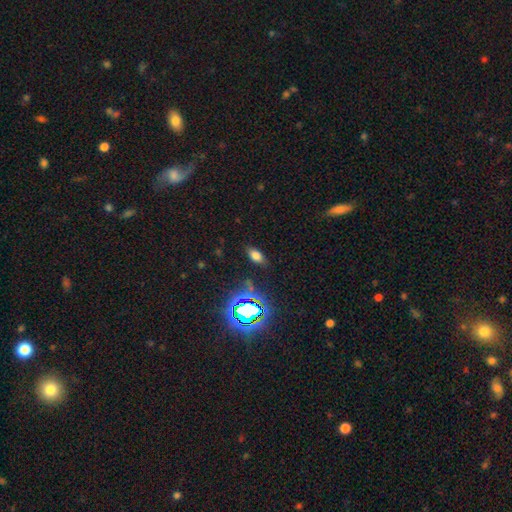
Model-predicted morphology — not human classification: This appears to be a smooth galaxy with no disk features (67%) that is in between round and cigar-shaped (89%). Merging: none (84%).